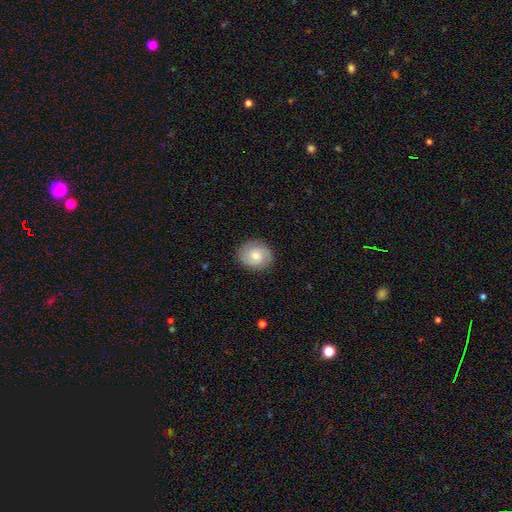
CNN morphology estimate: featured or disk 52%, smooth 41%, star or artifact 8%. Down the decision tree: edge-on disk — no (97%); bar — no (62%); spiral arms — yes (85%); bulge size — moderate (60%); merging — none (85%).